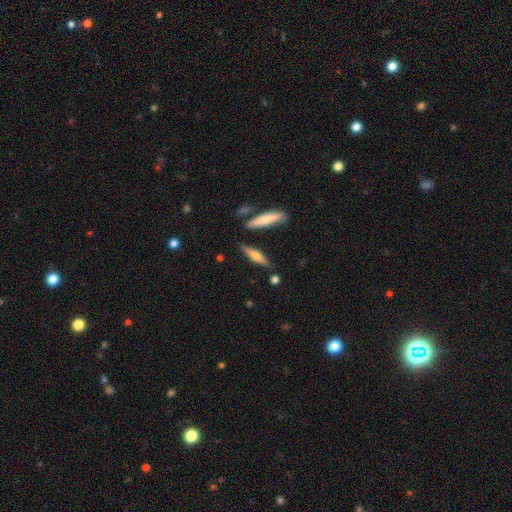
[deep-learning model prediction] Smooth or featured? Predicted: featured or disk (p=0.49). Merging? Predicted: none (p=0.82).